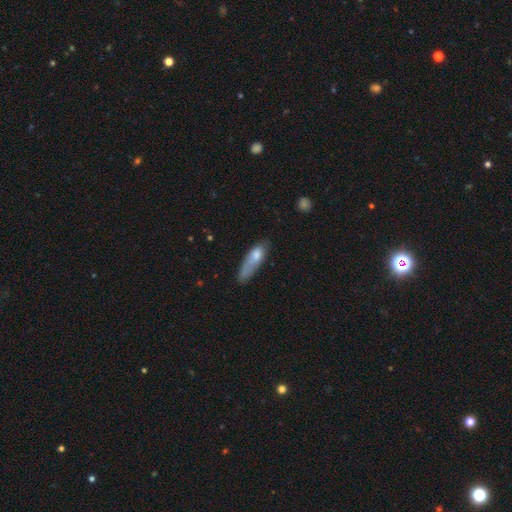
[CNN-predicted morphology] smooth_or_featured: smooth (p=0.69) [alt: featured or disk p=0.24]
how_rounded: cigar-shaped (p=0.58) [alt: in between p=0.40]
merging: none (p=0.38) [alt: minor disturbance p=0.36]